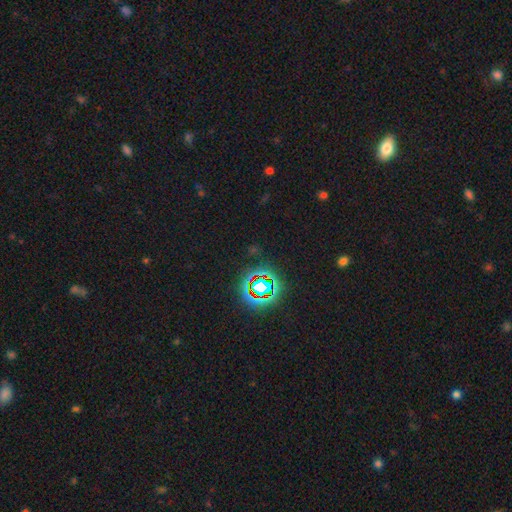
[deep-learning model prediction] Q: Smooth or featured?
A: star or artifact (78%); runner-up: smooth (13%)